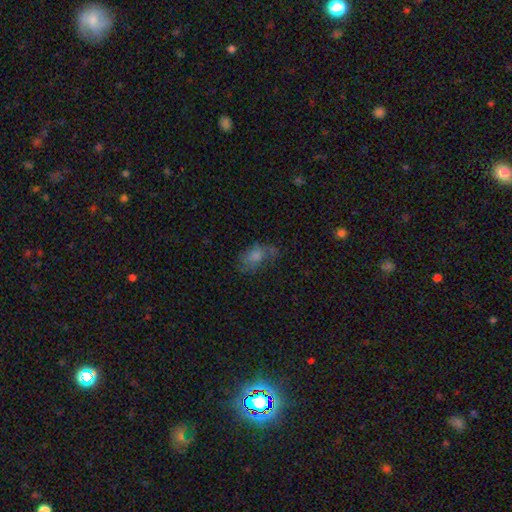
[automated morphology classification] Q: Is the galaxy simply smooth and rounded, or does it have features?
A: smooth — 56%.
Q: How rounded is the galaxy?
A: in between — 79%.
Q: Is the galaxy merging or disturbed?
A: none — 53%.